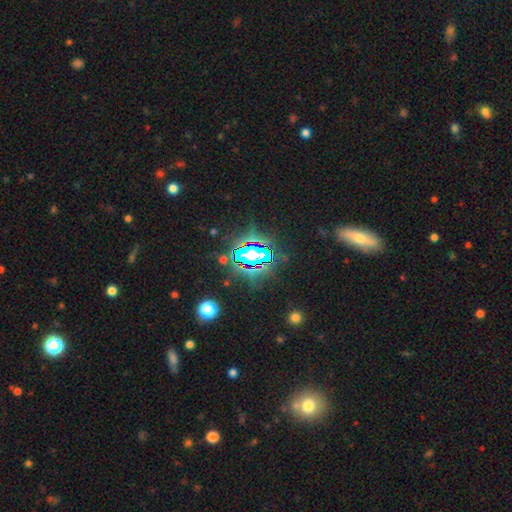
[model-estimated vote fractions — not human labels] Smooth or featured? Predicted: star or artifact (p=0.78).